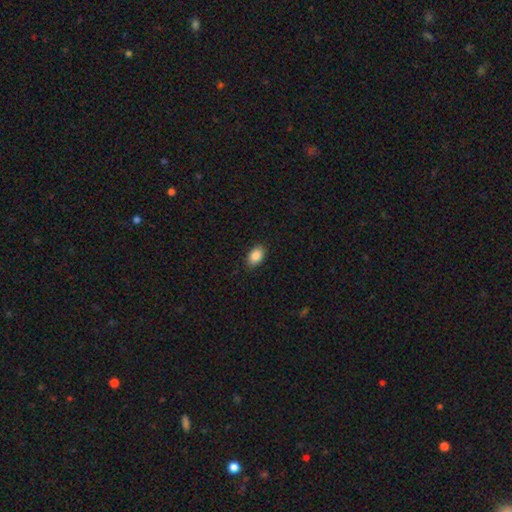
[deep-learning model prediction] This appears to be a smooth galaxy with no disk features (88%) that is in between round and cigar-shaped (87%). Merging: none (89%).